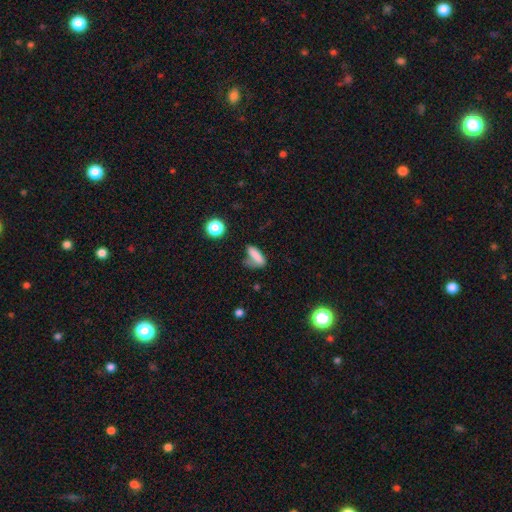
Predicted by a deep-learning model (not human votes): A smooth galaxy with no disk features (79%) that is in between round and cigar-shaped (53%).

Vote fractions:
- Smooth or featured? smooth: 79% / star or artifact: 11% / featured or disk: 11%
- How rounded? in between: 53% / cigar-shaped: 43% / round: 5%
- Merging? none: 45% / minor disturbance: 29% / major disturbance: 18% / merger: 7%